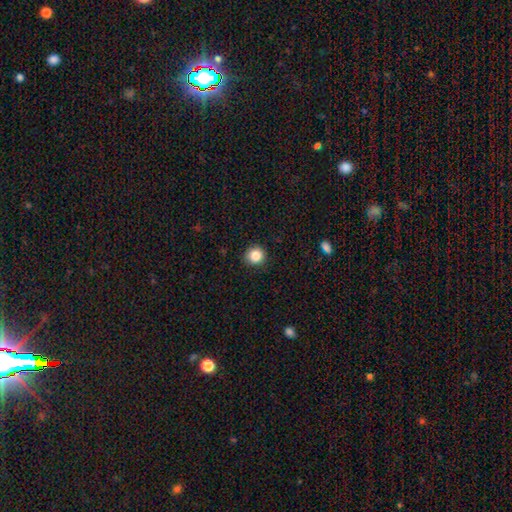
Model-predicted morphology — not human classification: type=smooth (84%); roundness=round (92%); merging=none (91%).